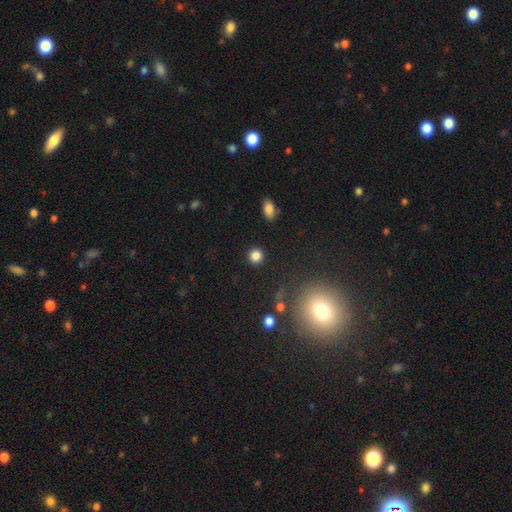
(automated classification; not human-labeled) This appears to be a smooth galaxy with no disk features (84%) that is round (90%). Merging: none (90%).